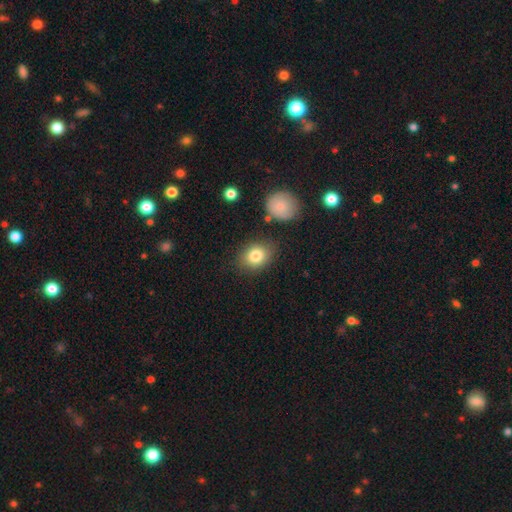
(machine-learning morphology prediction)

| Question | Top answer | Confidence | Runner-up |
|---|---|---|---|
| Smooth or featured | smooth | 82% | star or artifact (9%) |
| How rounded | in between | 52% | round (47%) |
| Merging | none | 78% | minor disturbance (14%) |